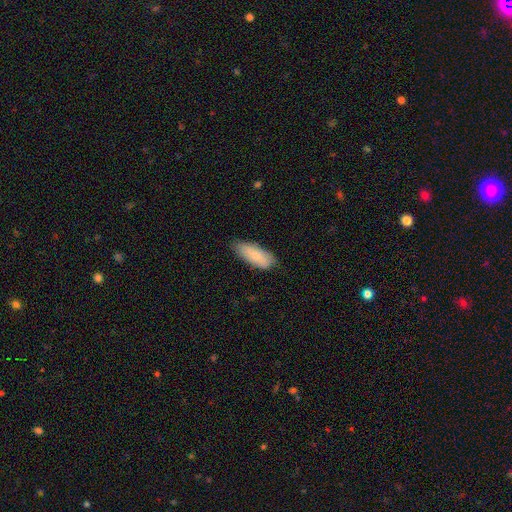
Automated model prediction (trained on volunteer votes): Smooth or featured?
  - smooth: 77% *
  - featured or disk: 17%
  - star or artifact: 6%
How rounded?
  - in between: 77% *
  - cigar-shaped: 21%
  - round: 2%
Merging?
  - none: 74% *
  - minor disturbance: 21%
  - major disturbance: 4%
  - merger: 1%